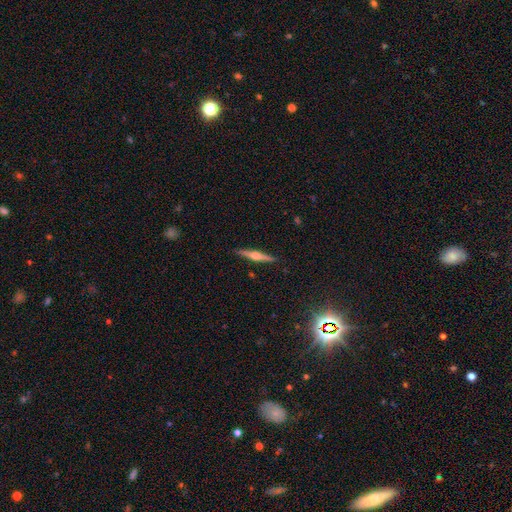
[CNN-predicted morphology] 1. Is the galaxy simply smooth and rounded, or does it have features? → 71% featured or disk, 23% smooth, 6% star or artifact.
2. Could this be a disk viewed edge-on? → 98% yes, 2% no.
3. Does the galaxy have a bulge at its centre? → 92% rounded, 5% boxy, 3% none.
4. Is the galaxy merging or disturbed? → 90% none, 7% minor disturbance, 1% major disturbance, 1% merger.